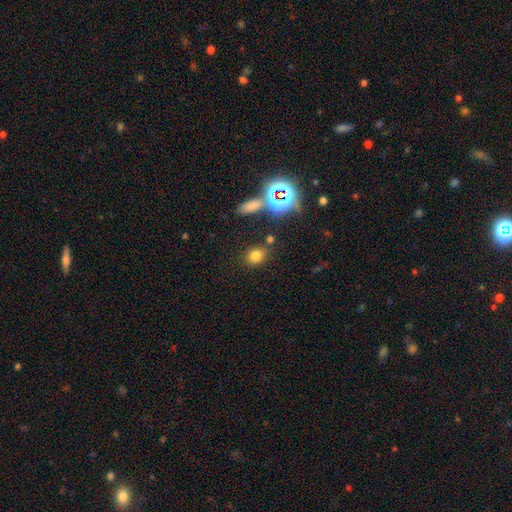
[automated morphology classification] type=smooth (73%); roundness=round (55%); merging=none (74%).